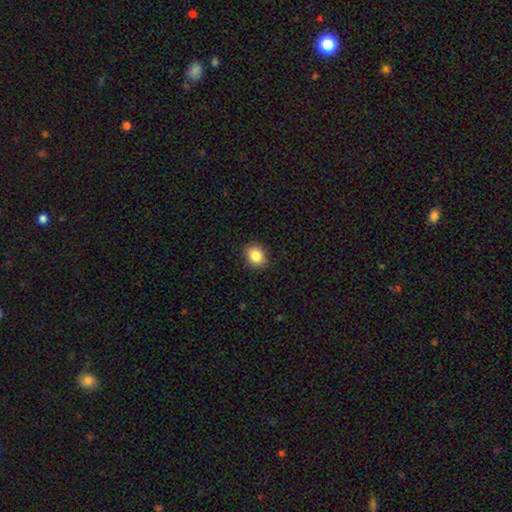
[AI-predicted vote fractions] Smooth or featured? smooth (86%)
How rounded? round (54%)
Merging? none (89%)